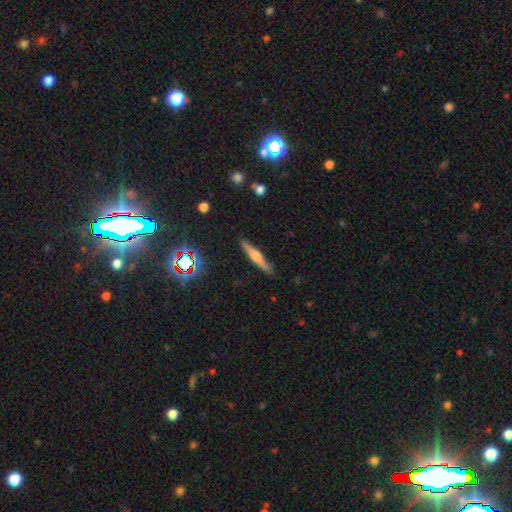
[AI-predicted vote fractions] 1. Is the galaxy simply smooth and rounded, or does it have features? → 58% featured or disk, 33% smooth, 9% star or artifact.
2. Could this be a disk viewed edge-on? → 97% yes, 3% no.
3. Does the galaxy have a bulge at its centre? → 82% rounded, 12% boxy, 7% none.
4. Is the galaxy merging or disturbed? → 89% none, 8% minor disturbance, 2% major disturbance, 1% merger.